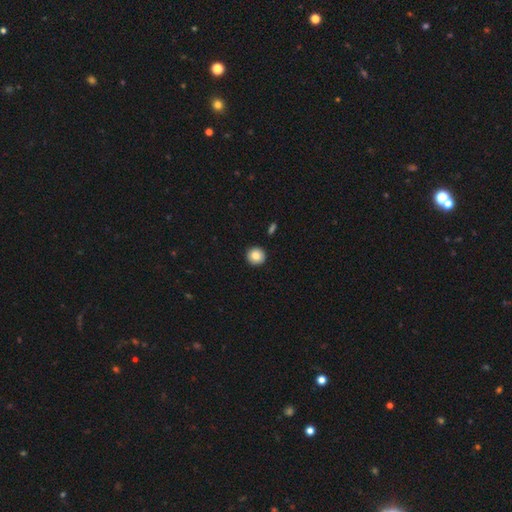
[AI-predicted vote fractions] smooth_or_featured: smooth (p=0.84) [alt: star or artifact p=0.08]
how_rounded: round (p=0.95) [alt: in between p=0.04]
merging: none (p=0.93) [alt: minor disturbance p=0.04]